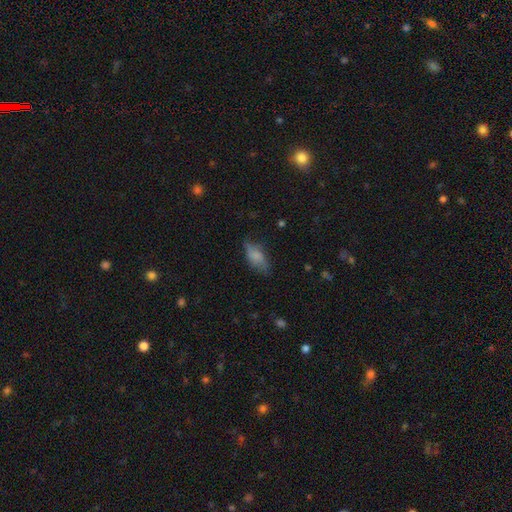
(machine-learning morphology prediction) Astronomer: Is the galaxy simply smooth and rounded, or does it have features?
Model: smooth — 75%.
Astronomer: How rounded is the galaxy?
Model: in between — 85%.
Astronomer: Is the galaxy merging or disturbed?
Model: none — 58%.